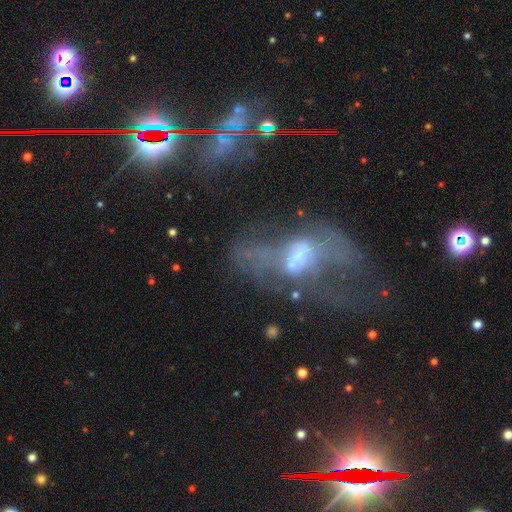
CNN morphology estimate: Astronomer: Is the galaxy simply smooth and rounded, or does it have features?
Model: featured or disk — 61%.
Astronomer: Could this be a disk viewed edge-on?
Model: no — 90%.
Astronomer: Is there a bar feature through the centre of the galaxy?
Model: no — 43% (runner-up: weak, 33%).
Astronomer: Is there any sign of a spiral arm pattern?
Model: no — 61% (runner-up: yes, 39%).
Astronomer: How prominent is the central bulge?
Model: moderate — 37% (runner-up: small, 31%).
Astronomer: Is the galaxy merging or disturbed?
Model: major disturbance — 44% (runner-up: none, 25%).